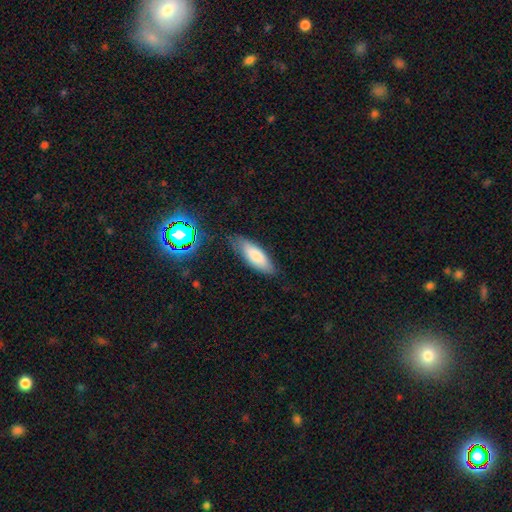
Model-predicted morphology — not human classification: type=smooth (80%); roundness=in between (67%); merging=none (77%).